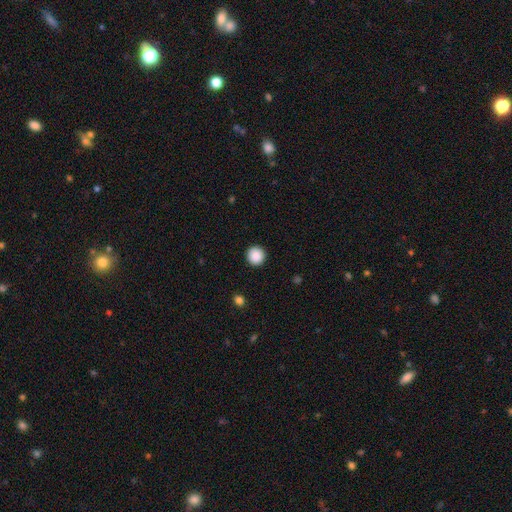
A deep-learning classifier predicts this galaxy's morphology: type=smooth (89%); roundness=round (96%); merging=none (92%).